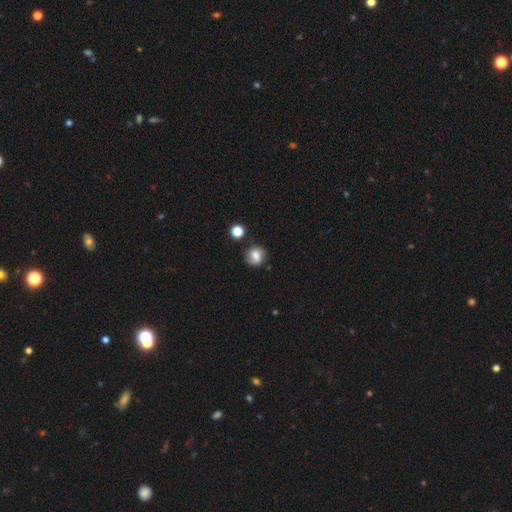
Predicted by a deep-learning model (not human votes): The model was most divided on "smooth or featured": smooth: 72%, featured or disk: 17%, star or artifact: 11%. More confident: how rounded — round (79%); merging — none (76%).